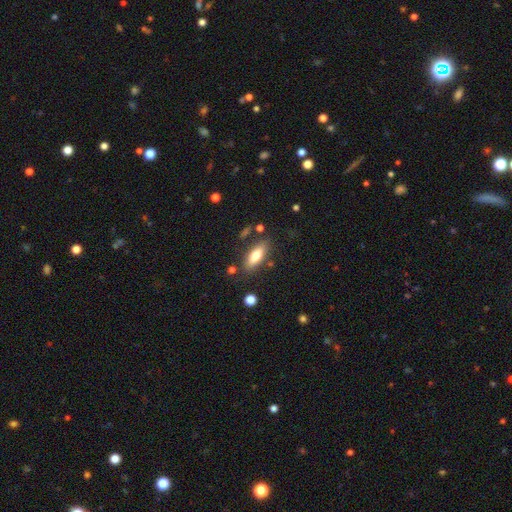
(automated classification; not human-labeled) Smooth or featured?
  - smooth: 74% *
  - featured or disk: 20%
  - star or artifact: 7%
How rounded?
  - in between: 73% *
  - cigar-shaped: 25%
  - round: 2%
Merging?
  - none: 80% *
  - minor disturbance: 12%
  - merger: 4%
  - major disturbance: 3%